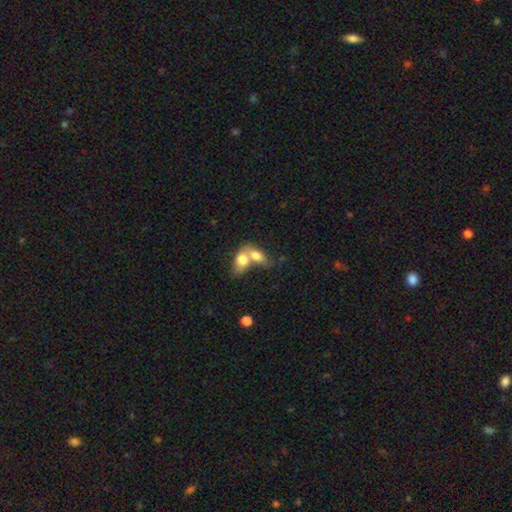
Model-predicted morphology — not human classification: smooth_or_featured: smooth (p=0.76) [alt: featured or disk p=0.17]
how_rounded: in between (p=0.81) [alt: round p=0.16]
merging: merger (p=0.79) [alt: none p=0.12]